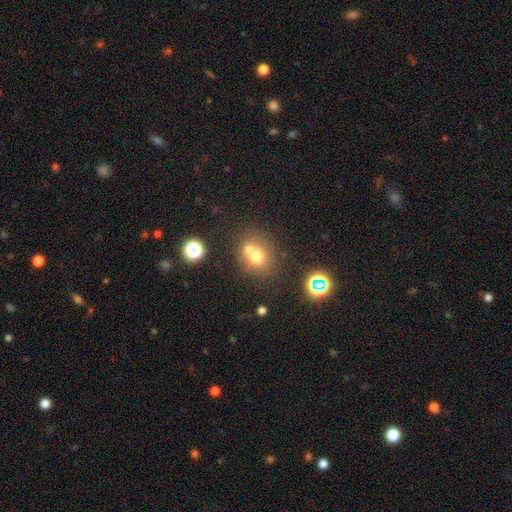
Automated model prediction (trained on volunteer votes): Morphology: type=smooth (66%); roundness=round (75%); merging=none (45%).